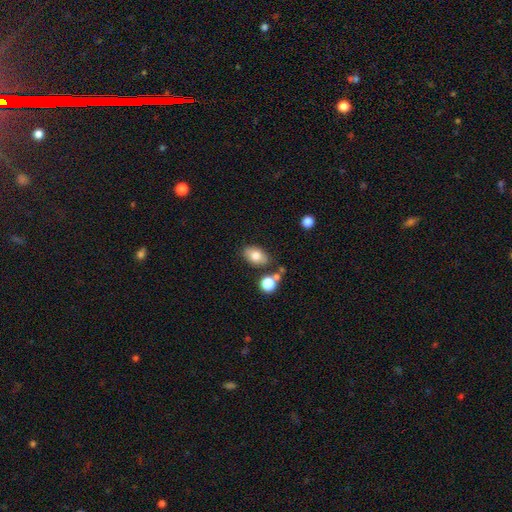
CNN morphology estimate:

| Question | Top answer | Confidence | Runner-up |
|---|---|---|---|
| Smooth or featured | smooth | 78% | featured or disk (14%) |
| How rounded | in between | 87% | round (12%) |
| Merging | none | 77% | minor disturbance (12%) |